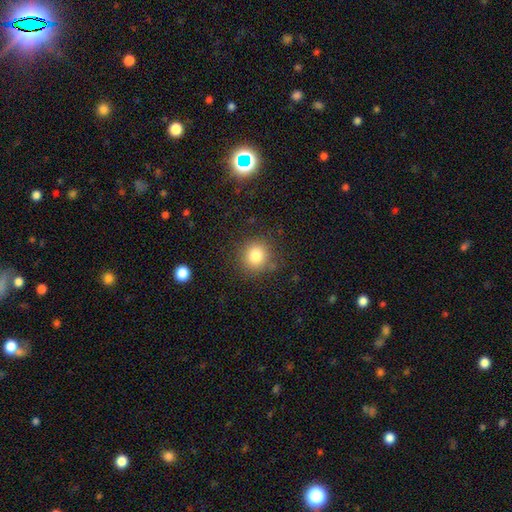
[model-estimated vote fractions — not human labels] smooth_or_featured: smooth (p=0.81) [alt: star or artifact p=0.12]
how_rounded: round (p=0.89) [alt: in between p=0.10]
merging: none (p=0.85) [alt: minor disturbance p=0.10]